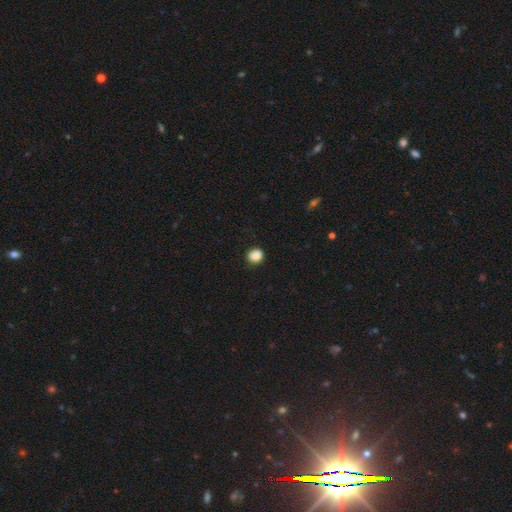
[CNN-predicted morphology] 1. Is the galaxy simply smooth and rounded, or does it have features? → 87% smooth, 9% star or artifact, 3% featured or disk.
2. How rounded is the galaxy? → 73% round, 26% in between, 1% cigar-shaped.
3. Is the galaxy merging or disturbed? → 86% none, 10% minor disturbance, 2% major disturbance, 1% merger.